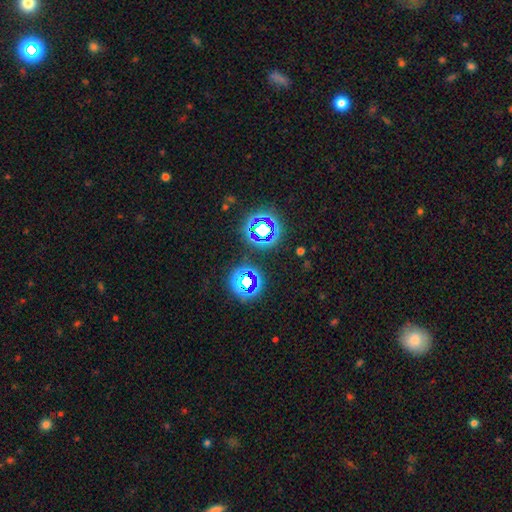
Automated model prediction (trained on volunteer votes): This appears to be a star or artifact, not a galaxy (57%).